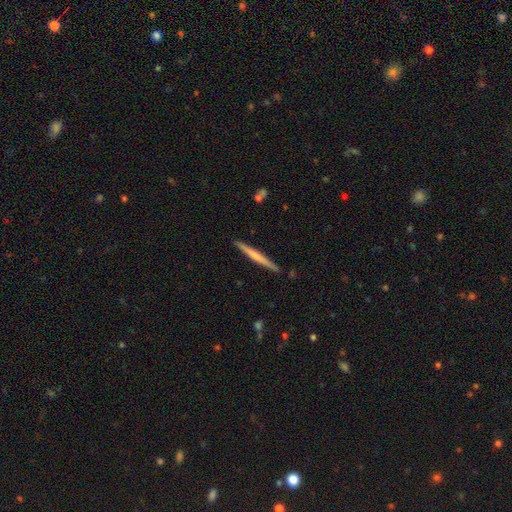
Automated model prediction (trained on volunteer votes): Smooth or featured: featured or disk — 49% (smooth — 46%)
Merging: none — 90% (minor disturbance — 7%)